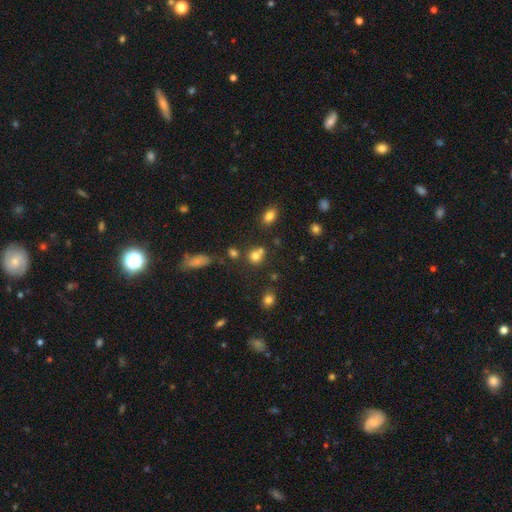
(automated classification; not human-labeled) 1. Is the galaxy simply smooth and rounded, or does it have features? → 73% smooth, 16% star or artifact, 11% featured or disk.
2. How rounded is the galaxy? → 80% round, 18% in between, 1% cigar-shaped.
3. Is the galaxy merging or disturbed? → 53% none, 31% merger, 11% minor disturbance, 5% major disturbance.